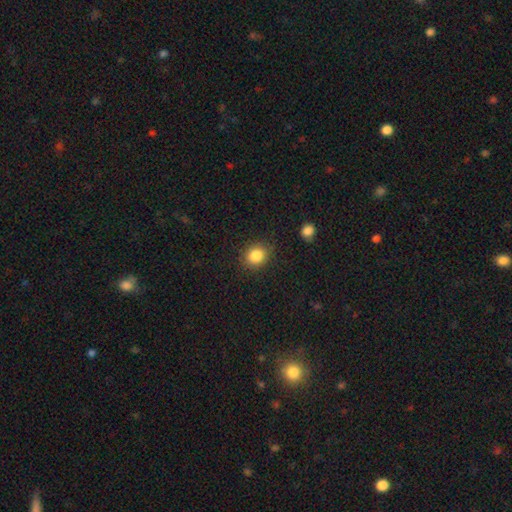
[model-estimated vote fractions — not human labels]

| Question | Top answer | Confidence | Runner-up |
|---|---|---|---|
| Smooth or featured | smooth | 85% | star or artifact (10%) |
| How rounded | round | 69% | in between (30%) |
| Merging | none | 84% | minor disturbance (11%) |